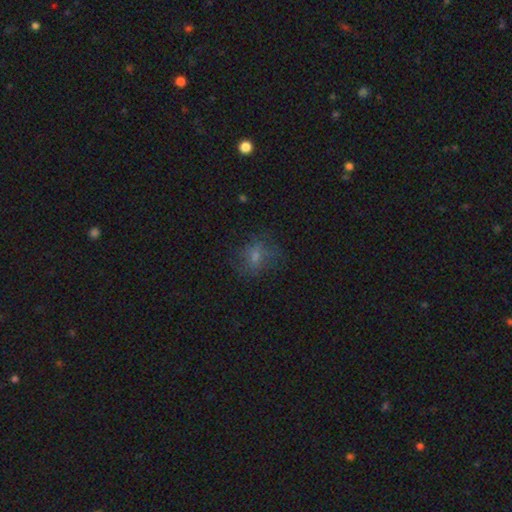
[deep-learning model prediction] This is likely a smooth galaxy (61%). How rounded: possibly in between (49%, tied with round). Merging: likely none (62%).